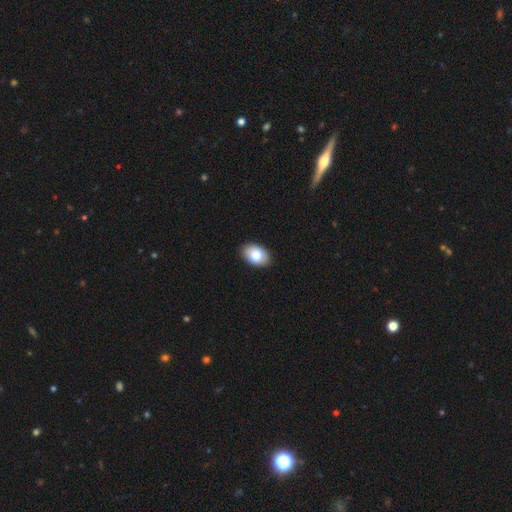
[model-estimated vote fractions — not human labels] Morphology: type=smooth (78%); roundness=in between (87%); merging=none (90%).